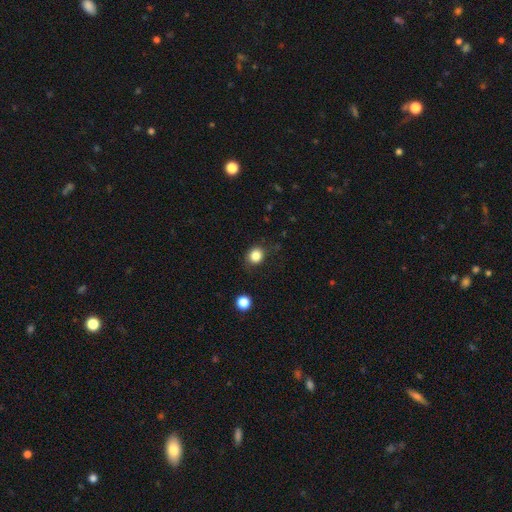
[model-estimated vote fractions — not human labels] Morphology: type=smooth (84%); roundness=round (78%); merging=none (78%).